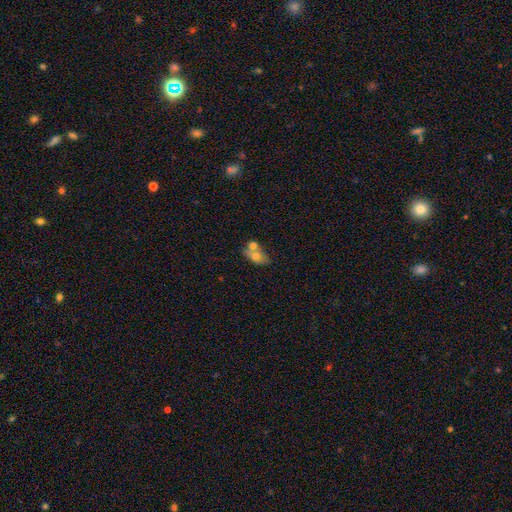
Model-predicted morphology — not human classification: smooth_or_featured: smooth (p=0.65) [alt: featured or disk p=0.27]
how_rounded: in between (p=0.82) [alt: round p=0.14]
merging: merger (p=0.47) [alt: none p=0.34]